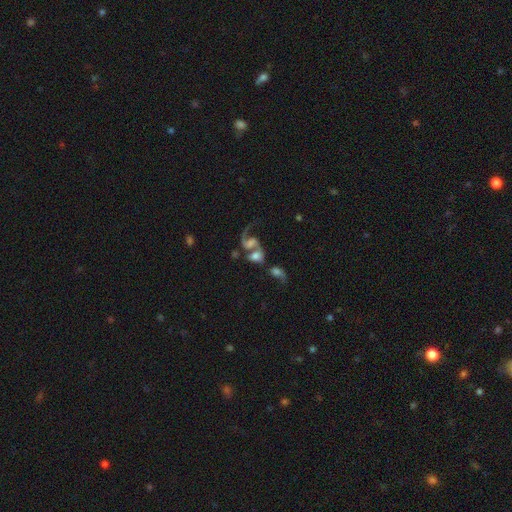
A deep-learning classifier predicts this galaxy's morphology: Smooth or featured: featured or disk — 63% (smooth — 26%)
Edge-on disk: no — 96% (yes — 4%)
Bar: no — 58% (weak — 31%)
Spiral arms: yes — 85% (no — 15%)
Spiral winding: loose — 66% (medium — 27%)
Spiral arm count: 2 — 53% (1 — 40%)
Bulge size: moderate — 33% (small — 22%)
Merging: merger — 63% (none — 16%)